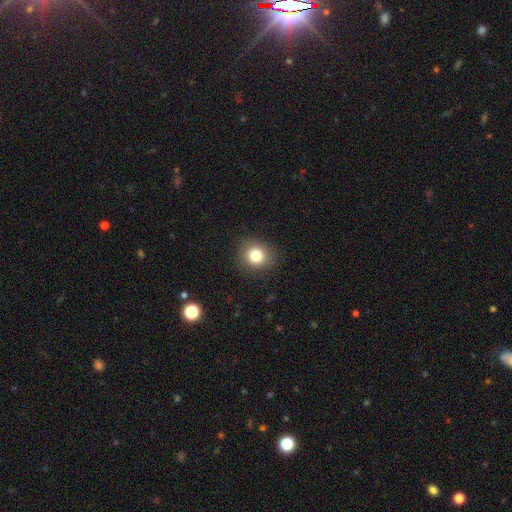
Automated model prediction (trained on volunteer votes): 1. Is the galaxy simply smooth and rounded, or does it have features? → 81% smooth, 12% star or artifact, 8% featured or disk.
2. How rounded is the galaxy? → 83% round, 16% in between, 1% cigar-shaped.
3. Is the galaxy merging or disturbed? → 88% none, 8% minor disturbance, 3% major disturbance, 1% merger.